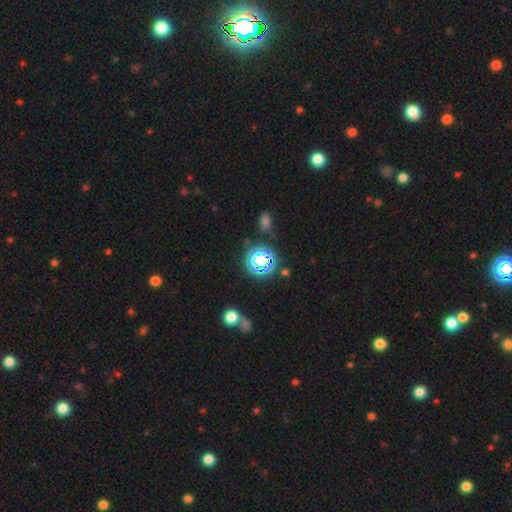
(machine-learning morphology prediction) This appears to be a star or artifact, not a galaxy (65%).